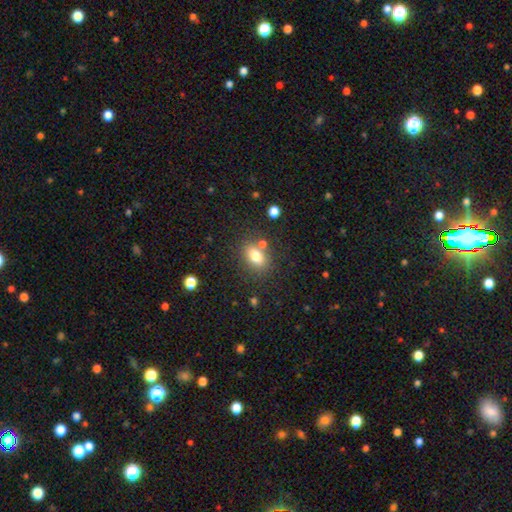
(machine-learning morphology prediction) Smooth or featured? smooth (78%)
How rounded? in between (77%)
Merging? none (71%)